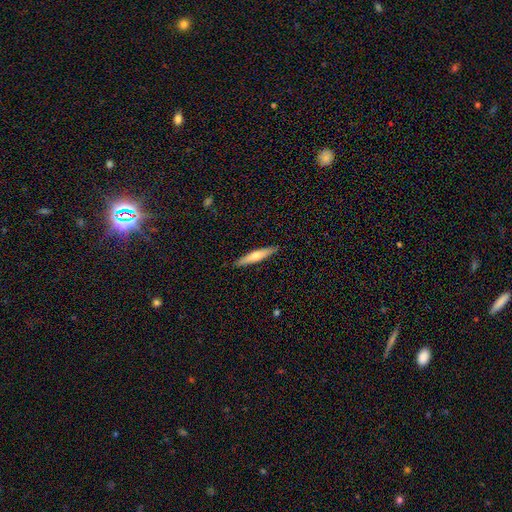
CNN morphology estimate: Smooth or featured? Predicted: smooth (p=0.51). How rounded? Predicted: cigar-shaped (p=0.89). Merging? Predicted: none (p=0.91).